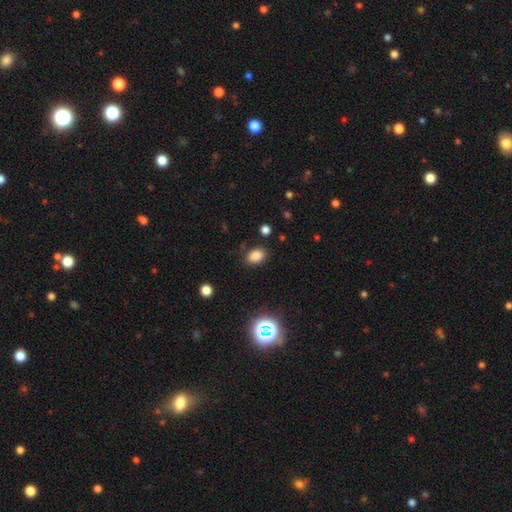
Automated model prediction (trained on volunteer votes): Overall: smooth (81%). How rounded: in between (74%). Merging: none (83%).